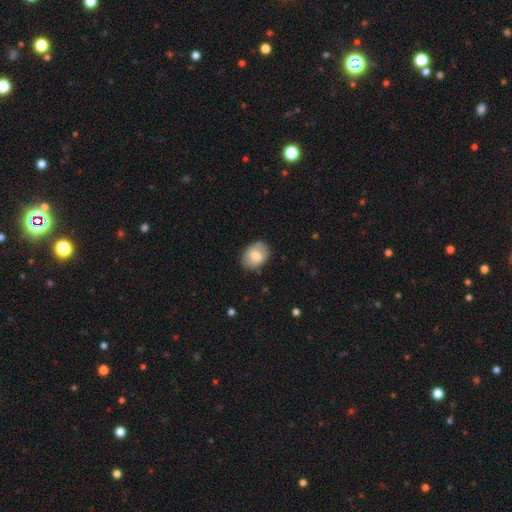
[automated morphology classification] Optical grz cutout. It shows a smooth galaxy with no disk features (72%) that is in between round and cigar-shaped (68%). Merging: none (80%).